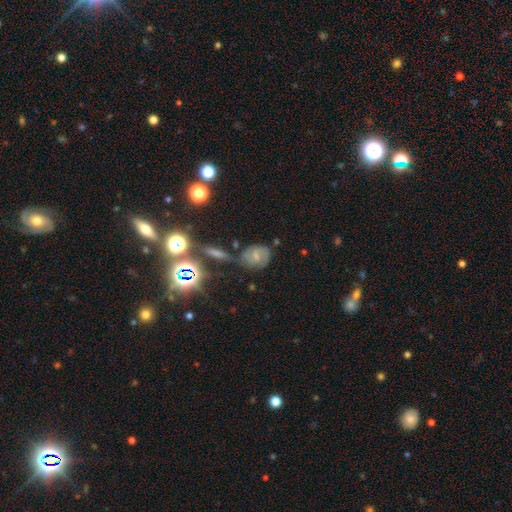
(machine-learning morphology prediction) Smooth or featured?
  - featured or disk: 53% *
  - smooth: 31%
  - star or artifact: 16%
Edge-on disk?
  - no: 94% *
  - yes: 6%
Merging?
  - none: 65% *
  - minor disturbance: 20%
  - major disturbance: 8%
  - merger: 8%